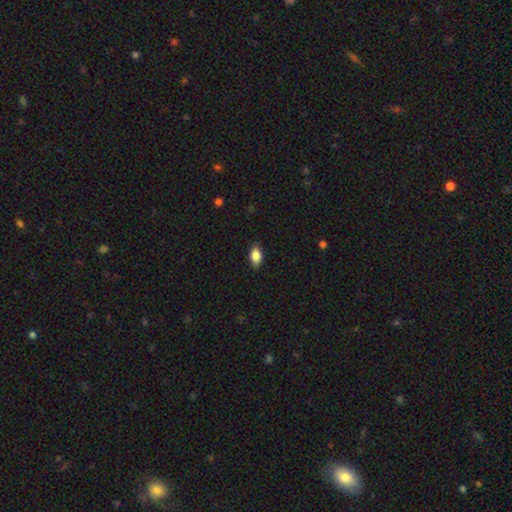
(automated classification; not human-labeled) Smooth or featured: smooth — 83% (featured or disk — 9%)
How rounded: in between — 87% (round — 9%)
Merging: none — 86% (minor disturbance — 11%)